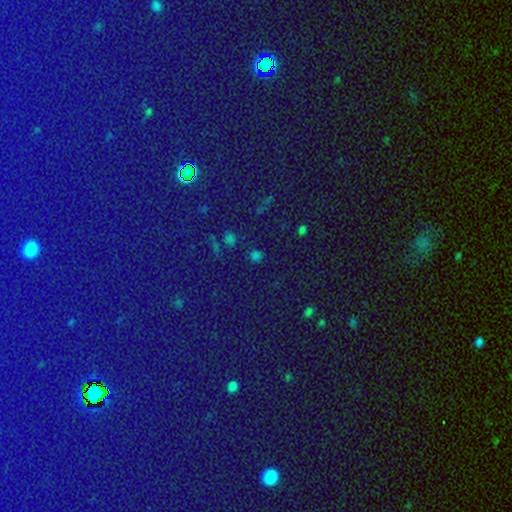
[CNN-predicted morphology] A star or artifact, not a galaxy (61%).

Vote fractions:
- Smooth or featured? star or artifact: 61% / smooth: 31% / featured or disk: 9%